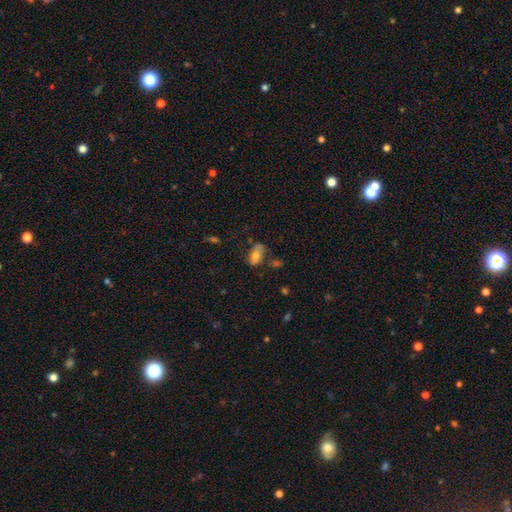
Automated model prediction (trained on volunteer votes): This appears to be a smooth galaxy with no disk features (71%) that is in between round and cigar-shaped (89%). Merging: none (49%).